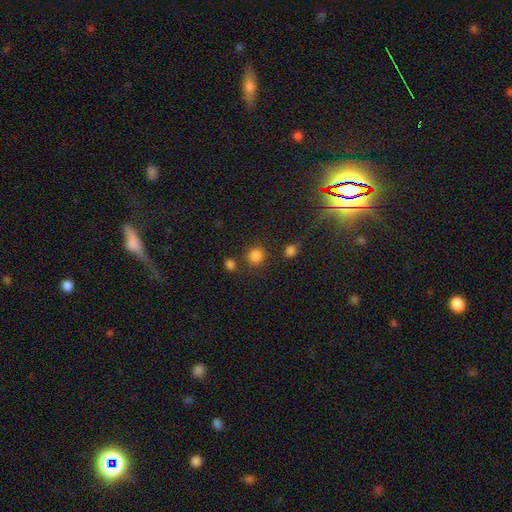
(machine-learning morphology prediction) Q: Smooth or featured?
A: smooth (82%); runner-up: star or artifact (14%)
Q: How rounded?
A: round (87%); runner-up: in between (12%)
Q: Merging?
A: none (77%); runner-up: merger (10%)